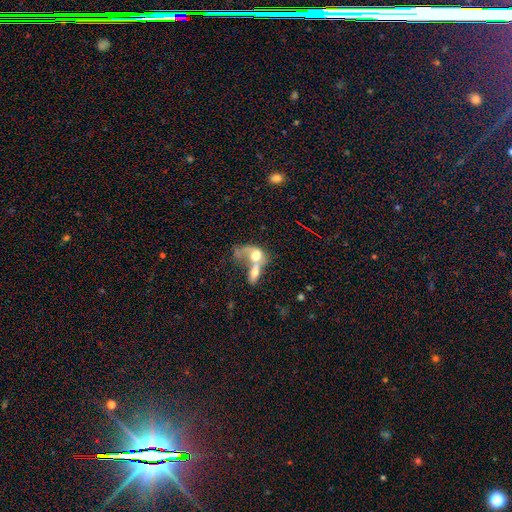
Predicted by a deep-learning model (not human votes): A smooth galaxy with no disk features (54%) that is in between round and cigar-shaped (68%).

Vote fractions:
- Smooth or featured? smooth: 54% / featured or disk: 36% / star or artifact: 10%
- How rounded? in between: 68% / round: 27% / cigar-shaped: 5%
- Merging? merger: 76% / major disturbance: 11% / none: 8% / minor disturbance: 5%